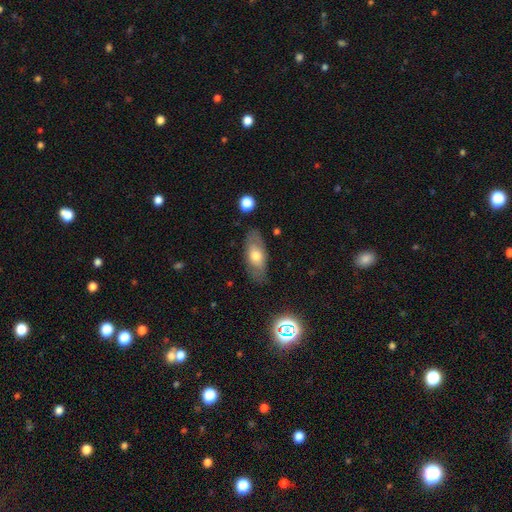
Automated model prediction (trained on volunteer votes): Smooth or featured: smooth — 57% (featured or disk — 35%)
How rounded: in between — 84% (cigar-shaped — 11%)
Merging: none — 79% (minor disturbance — 15%)